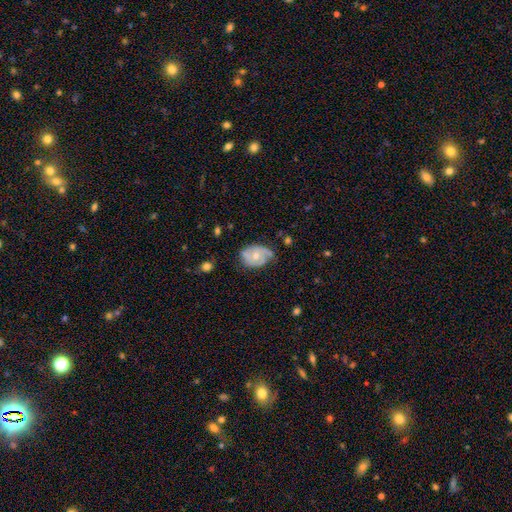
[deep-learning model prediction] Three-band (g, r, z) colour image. It shows a featured or disk galaxy (65%) with no bar (73%), 2 (50%) medium (40%) spiral arms (82%) and a moderate central bulge (54%). Merging: none (50%).